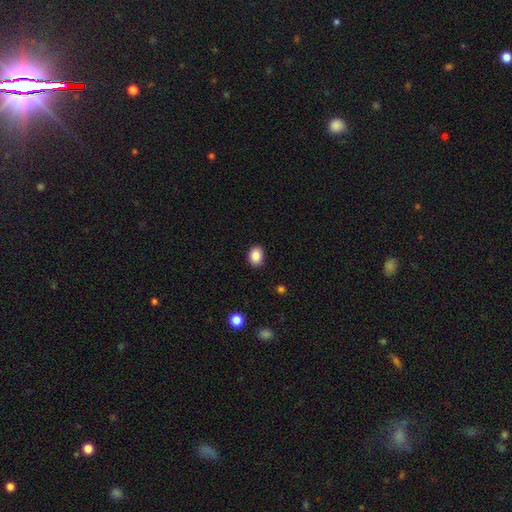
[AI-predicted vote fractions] This appears to be a smooth galaxy with no disk features (87%) that is in between round and cigar-shaped (55%). Merging: none (89%).